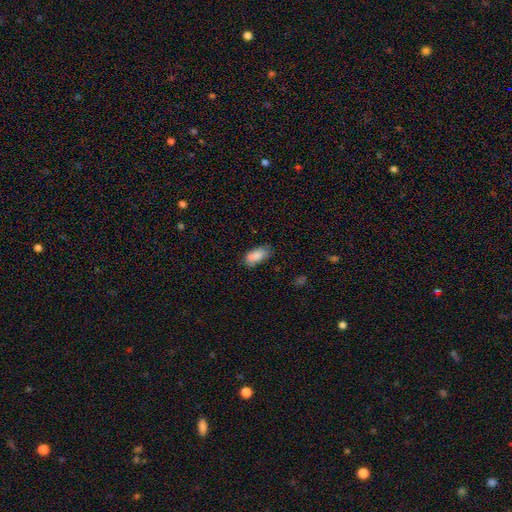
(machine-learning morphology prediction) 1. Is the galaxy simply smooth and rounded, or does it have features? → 84% smooth, 8% featured or disk, 8% star or artifact.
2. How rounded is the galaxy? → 89% in between, 8% cigar-shaped, 3% round.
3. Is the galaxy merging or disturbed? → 65% none, 24% minor disturbance, 6% merger, 5% major disturbance.